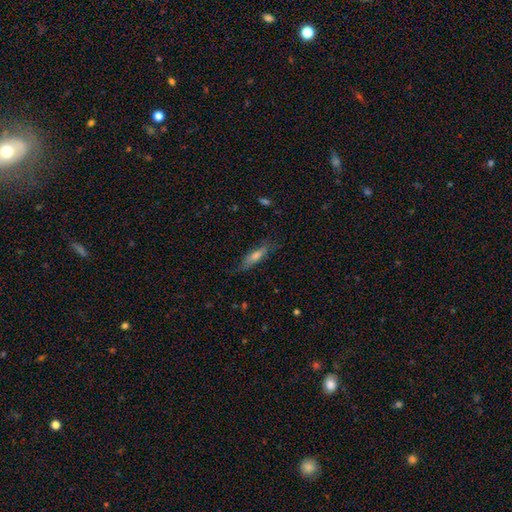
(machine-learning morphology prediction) A smooth galaxy with no disk features (51%) that is cigar-shaped (71%). Merging: none (71%).